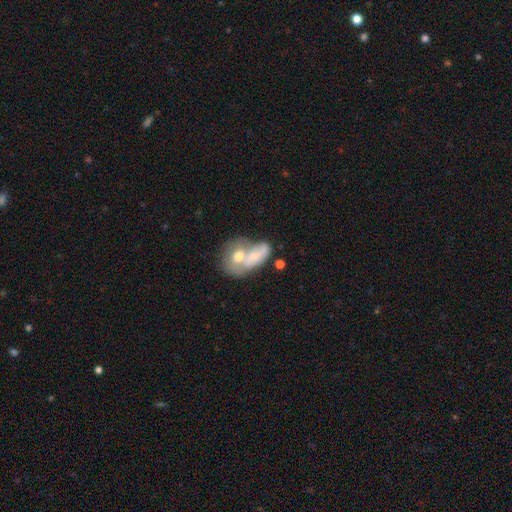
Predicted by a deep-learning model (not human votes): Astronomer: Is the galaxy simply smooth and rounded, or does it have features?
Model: smooth — 60%.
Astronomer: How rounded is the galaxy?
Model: in between — 79%.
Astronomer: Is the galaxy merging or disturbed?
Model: merger — 69%.